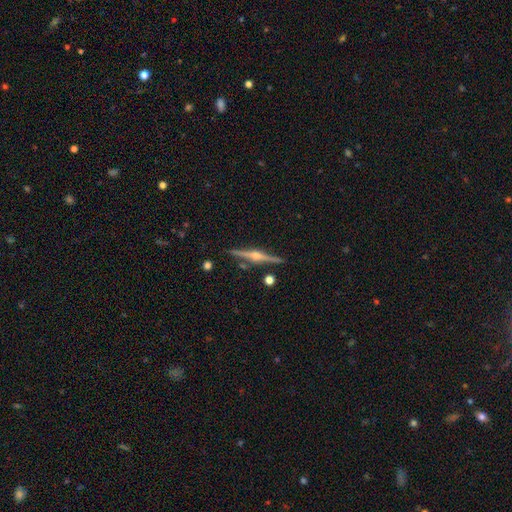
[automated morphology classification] Q: Smooth or featured?
A: featured or disk (86%); runner-up: smooth (8%)
Q: Edge-on disk?
A: yes (98%); runner-up: no (2%)
Q: Edge-on bulge?
A: rounded (92%); runner-up: boxy (5%)
Q: Merging?
A: none (90%); runner-up: minor disturbance (7%)